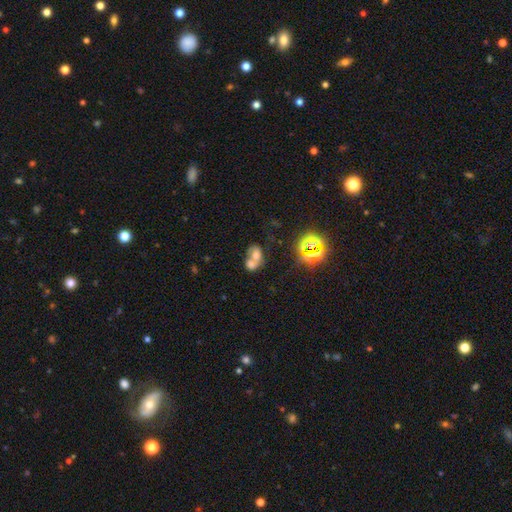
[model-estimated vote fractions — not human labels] This is possibly a smooth galaxy (55%). How rounded: likely in between (67%). Merging: likely merger (70%).